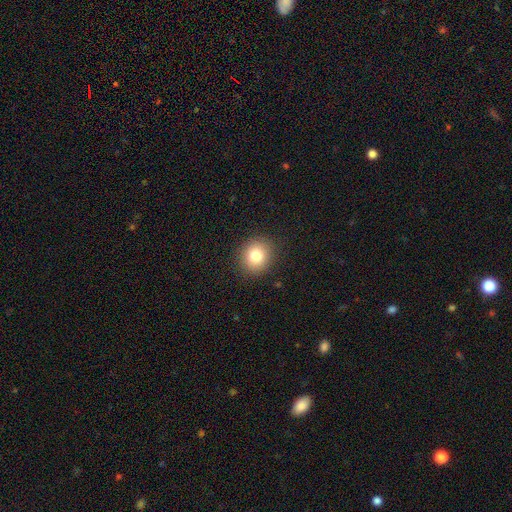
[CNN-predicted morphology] Q: Smooth or featured?
A: smooth (81%); runner-up: star or artifact (11%)
Q: How rounded?
A: round (82%); runner-up: in between (17%)
Q: Merging?
A: none (90%); runner-up: minor disturbance (7%)